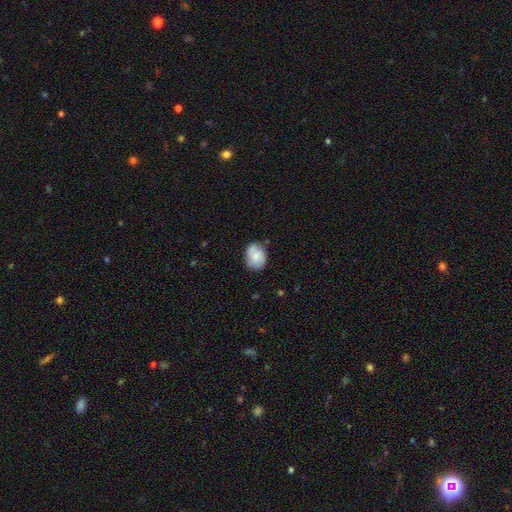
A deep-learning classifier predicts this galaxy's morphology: Q: Smooth or featured?
A: smooth (69%); runner-up: featured or disk (24%)
Q: How rounded?
A: in between (52%); runner-up: round (47%)
Q: Merging?
A: none (66%); runner-up: minor disturbance (25%)